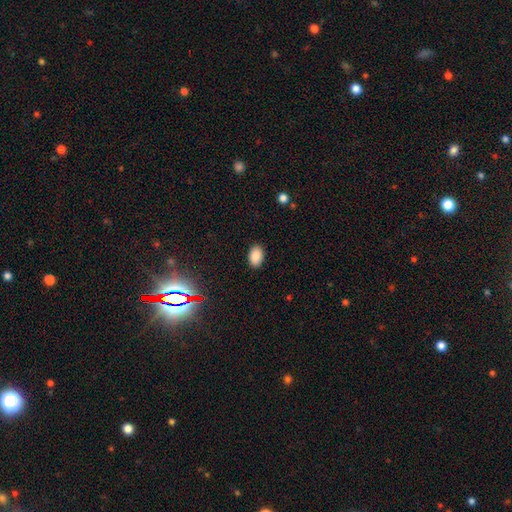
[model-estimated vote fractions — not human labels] smooth 86%, star or artifact 10%, featured or disk 4%. Down the decision tree: how rounded — in between (88%); merging — none (89%).